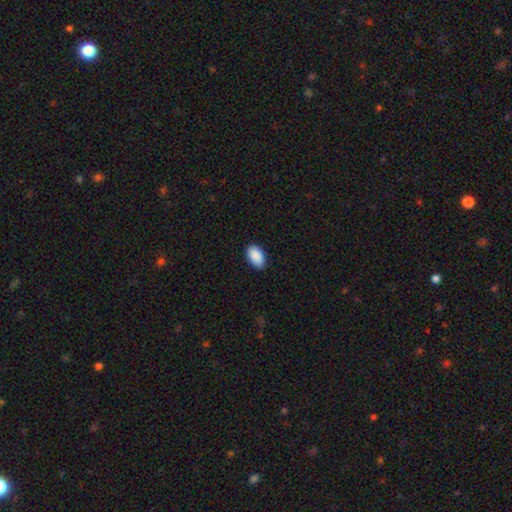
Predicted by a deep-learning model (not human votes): Overall: smooth (91%). How rounded: in between (94%). Merging: none (84%).